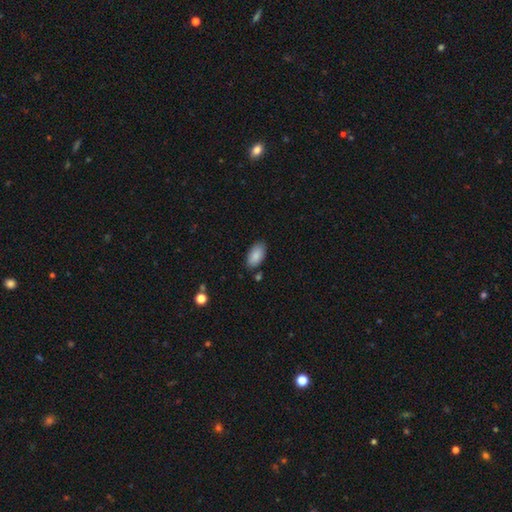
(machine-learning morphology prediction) Overall: smooth (87%). How rounded: in between (95%). Merging: none (81%).